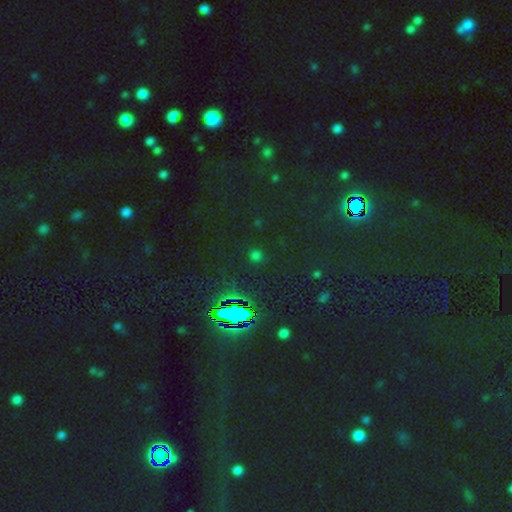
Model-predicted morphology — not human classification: Overall: star or artifact (51%; smooth 42%).